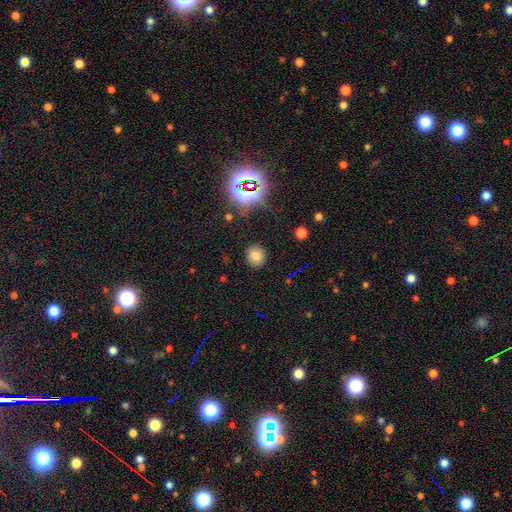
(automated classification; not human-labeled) smooth 76%, star or artifact 18%, featured or disk 6%. Down the decision tree: how rounded — round (81%); merging — none (88%).